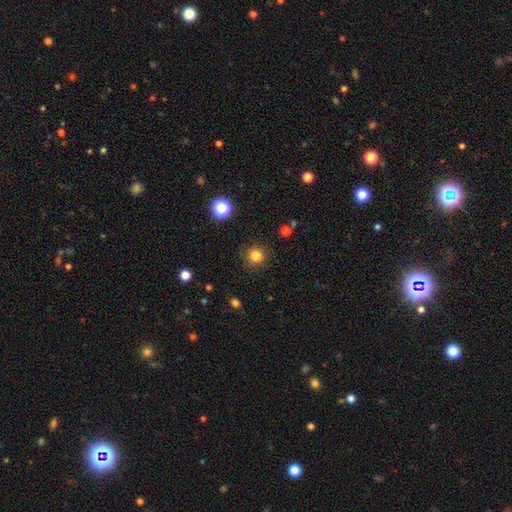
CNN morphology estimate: The model was most divided on "smooth or featured": smooth: 82%, star or artifact: 13%, featured or disk: 5%. More confident: how rounded — round (93%); merging — none (85%).